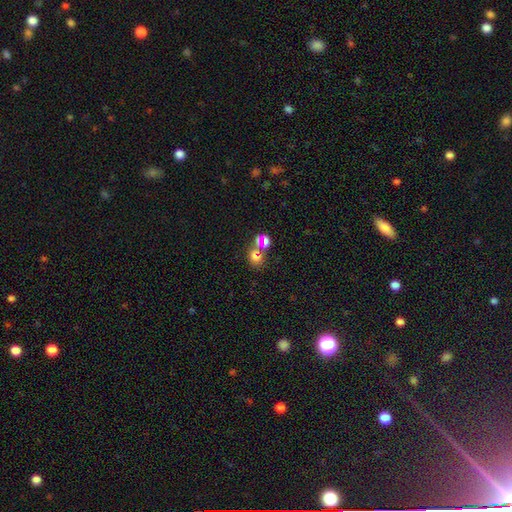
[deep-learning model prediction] A smooth galaxy with no disk features (55%) that is round (55%). Merging: merger (46%).